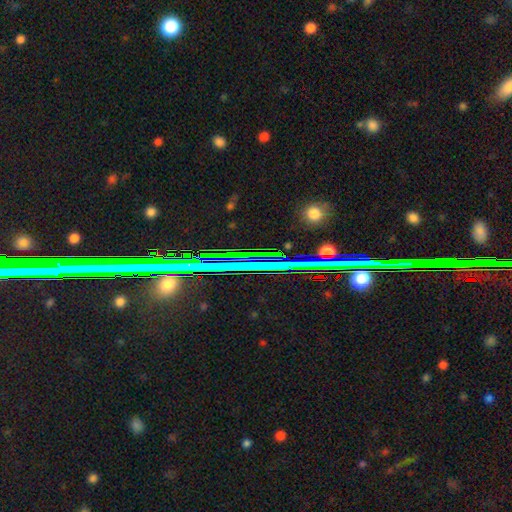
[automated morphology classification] Q: Smooth or featured?
A: star or artifact (69%); runner-up: featured or disk (16%)